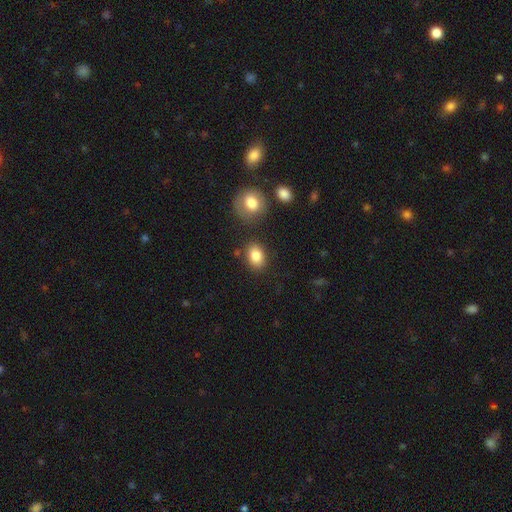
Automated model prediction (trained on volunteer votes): smooth 84%, star or artifact 8%, featured or disk 7%. Down the decision tree: how rounded — in between (73%); merging — none (80%).